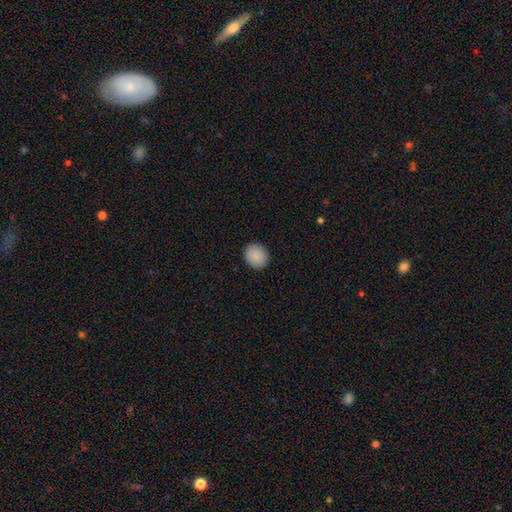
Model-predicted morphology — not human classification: smooth-or-featured: smooth: 90% | star or artifact: 7% | featured or disk: 3%
  how-rounded: round: 71% | in between: 28% | cigar-shaped: 1%
  merging: none: 91% | minor disturbance: 7% | major disturbance: 2% | merger: 1%